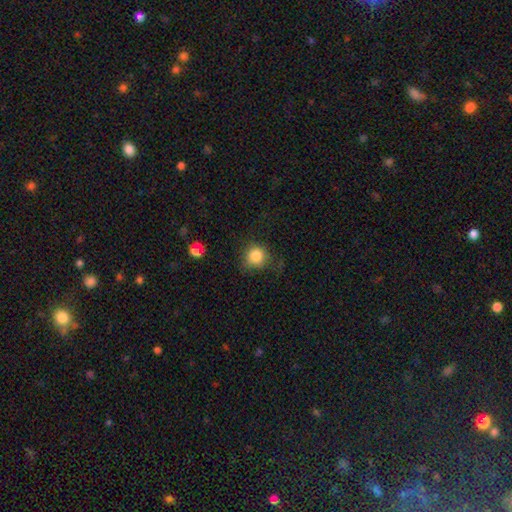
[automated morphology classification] Smooth or featured: smooth — 83% (star or artifact — 11%)
How rounded: round — 87% (in between — 12%)
Merging: none — 70% (minor disturbance — 21%)